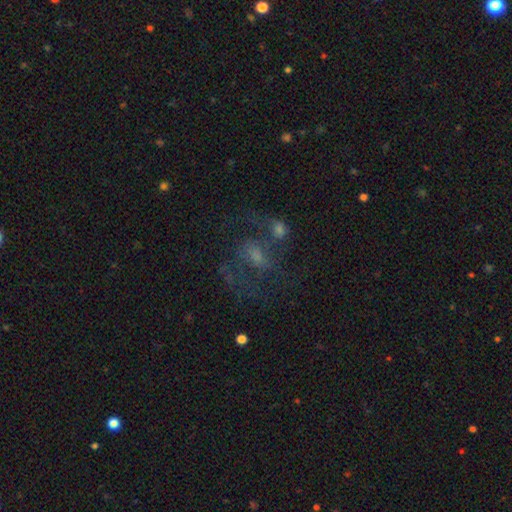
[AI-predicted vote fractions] The model was most divided on "bar": weak: 45%, no: 44%, strong: 12%. Remaining: edge-on disk — no (97%); spiral arms — yes (75%); smooth or featured — featured or disk (61%); bulge size — small (40%); merging — none (39%).